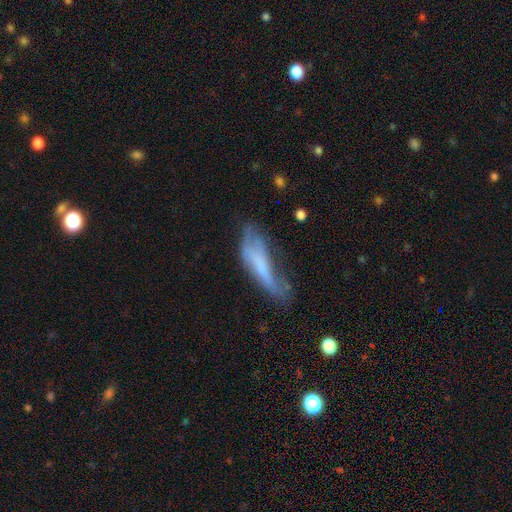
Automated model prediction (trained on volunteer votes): Morphology: type=smooth (53%); roundness=cigar-shaped (61%); merging=major disturbance (32%, tied with minor disturbance).